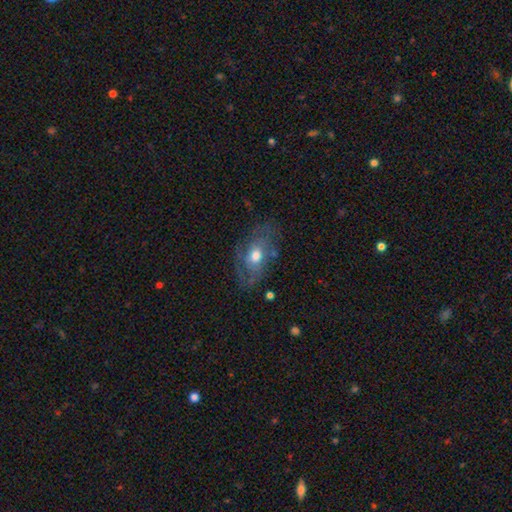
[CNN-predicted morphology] Overall: featured or disk (57%; smooth 35%). Edge-on disk: no (91%). Bar: no (81%). Spiral arms: yes (59%; no 41%). Bulge size: moderate (69%). Merging: none (63%).